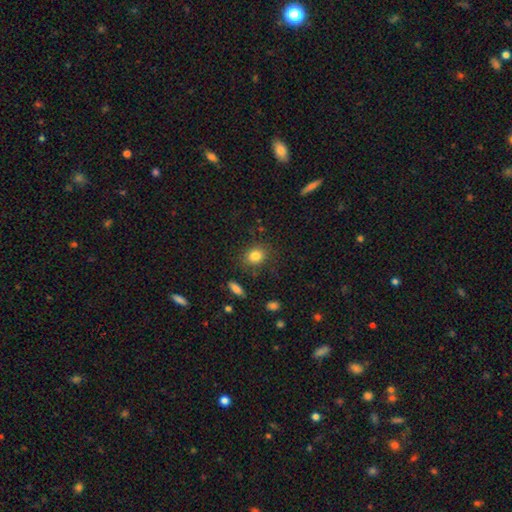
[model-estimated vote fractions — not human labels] This is clearly a smooth galaxy (82%). How rounded: likely round (60%). Merging: clearly none (82%).